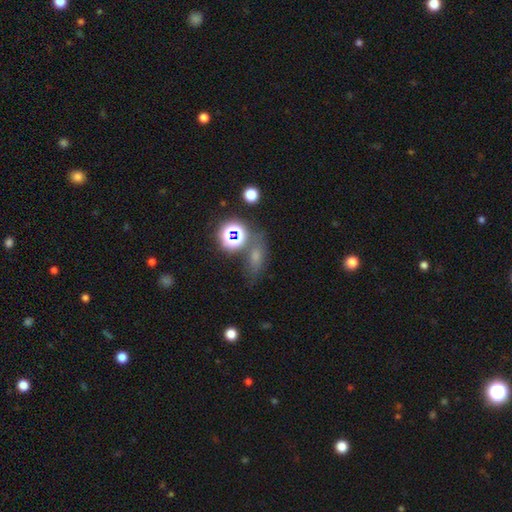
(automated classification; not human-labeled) Q: Smooth or featured?
A: smooth (51%); runner-up: star or artifact (33%)
Q: How rounded?
A: in between (61%); runner-up: round (24%)
Q: Merging?
A: none (61%); runner-up: minor disturbance (18%)